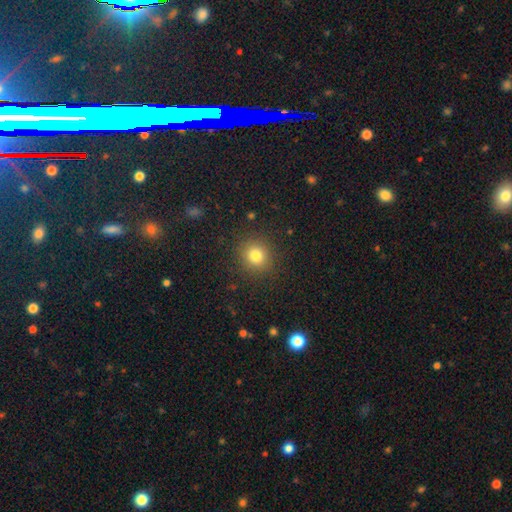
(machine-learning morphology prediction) The model was most divided on "smooth or featured": smooth: 79%, star or artifact: 14%, featured or disk: 7%. More confident: merging — none (90%); how rounded — round (89%).